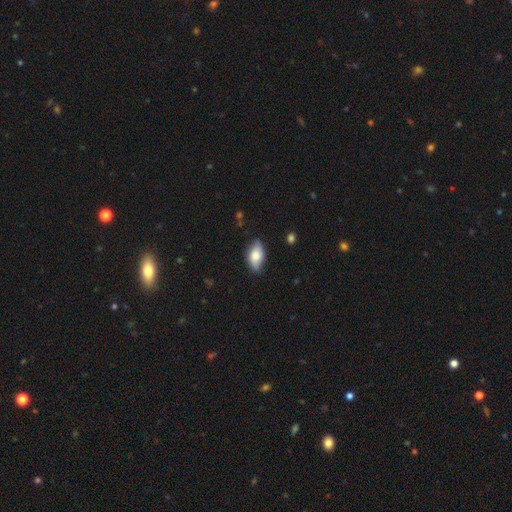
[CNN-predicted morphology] Smooth or featured: smooth — 71% (featured or disk — 22%)
How rounded: in between — 90% (round — 5%)
Merging: none — 76% (minor disturbance — 20%)